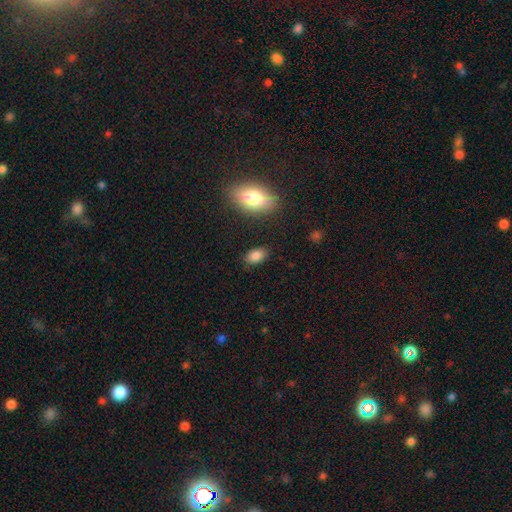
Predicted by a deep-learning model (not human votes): Q: Smooth or featured?
A: smooth (85%); runner-up: star or artifact (9%)
Q: How rounded?
A: in between (90%); runner-up: round (8%)
Q: Merging?
A: none (84%); runner-up: minor disturbance (11%)